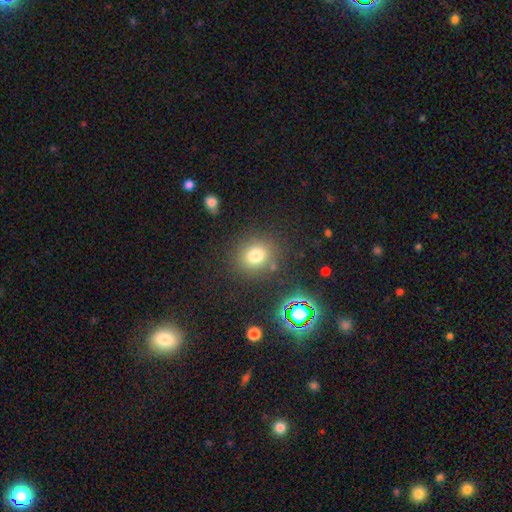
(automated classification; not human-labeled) smooth-or-featured: smooth: 70% | star or artifact: 22% | featured or disk: 8%
  how-rounded: round: 76% | in between: 23% | cigar-shaped: 1%
  merging: none: 85% | minor disturbance: 8% | merger: 4% | major disturbance: 3%